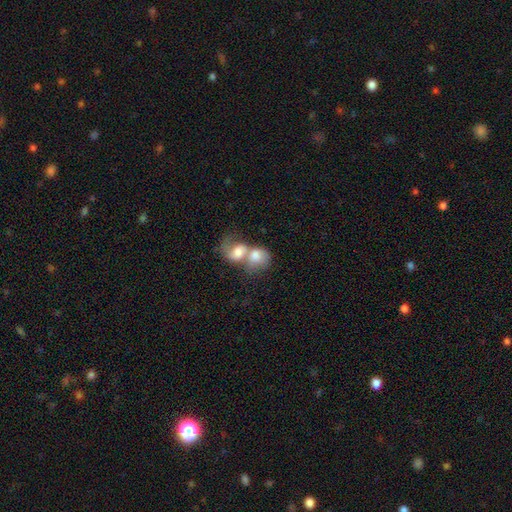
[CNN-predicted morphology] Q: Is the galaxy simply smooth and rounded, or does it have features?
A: smooth — 60%.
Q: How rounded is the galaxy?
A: in between — 50%.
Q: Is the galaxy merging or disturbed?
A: merger — 82%.